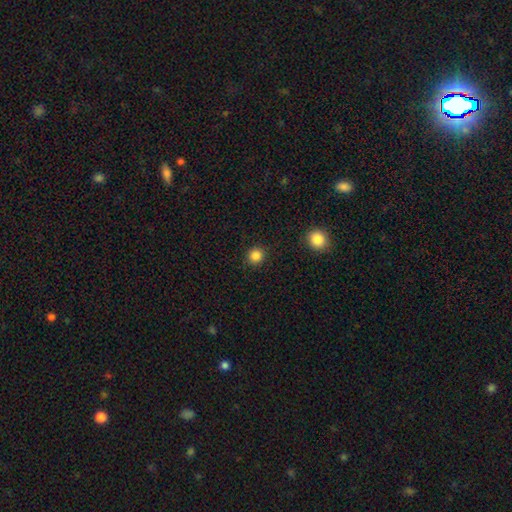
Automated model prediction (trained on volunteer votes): Smooth or featured? smooth (85%)
How rounded? round (92%)
Merging? none (91%)